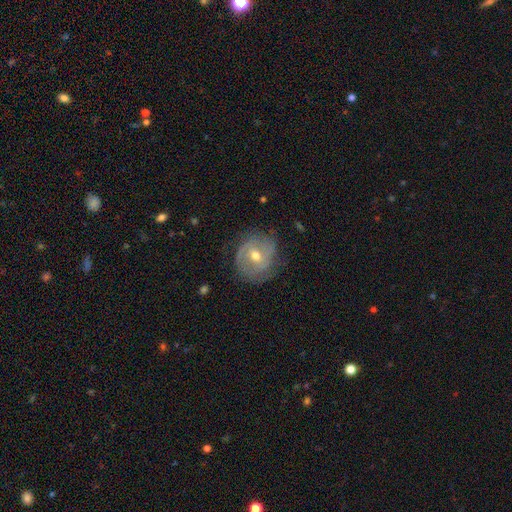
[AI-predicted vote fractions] A featured or disk galaxy (72%) with no bar (48%), 2 (44%) tight (48%) spiral arms (82%) and a moderate central bulge (73%).

Vote fractions:
- Smooth or featured? featured or disk: 72% / smooth: 21% / star or artifact: 7%
- Edge-on disk? no: 97% / yes: 3%
- Bar? no: 48% / weak: 41% / strong: 11%
- Spiral arms? yes: 82% / no: 18%
- Spiral winding? tight: 48% / medium: 36% / loose: 16%
- Spiral arm count? 2: 44% / can't tell: 30% / 3: 13% / 1: 6% / 4: 4% / more than 4: 3%
- Bulge size? moderate: 73% / small: 23% / large: 3% / none: 1% / dominant: 1%
- Merging? none: 70% / minor disturbance: 21% / major disturbance: 8% / merger: 1%